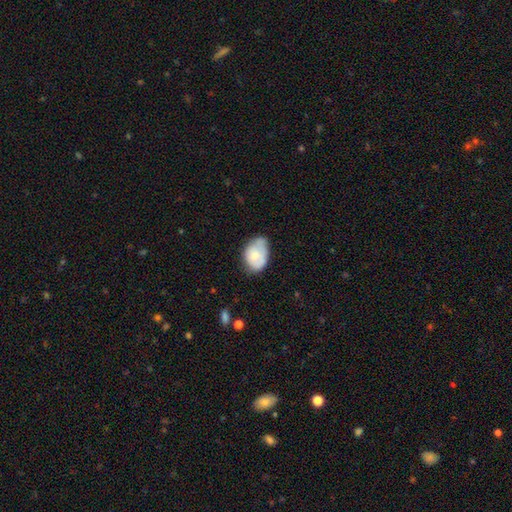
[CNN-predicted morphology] smooth_or_featured: smooth (p=0.68) [alt: featured or disk p=0.25]
how_rounded: in between (p=0.81) [alt: round p=0.18]
merging: minor disturbance (p=0.44) [alt: none p=0.40]